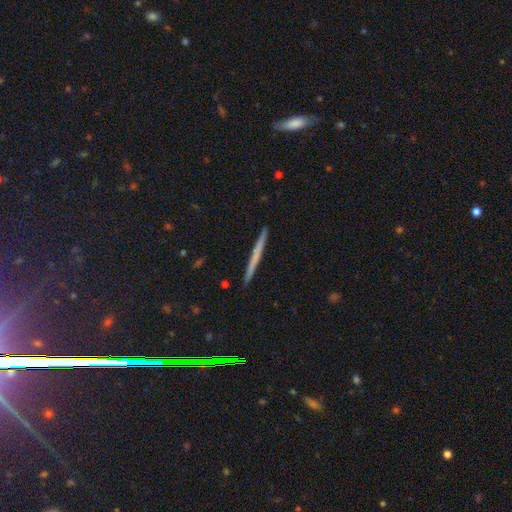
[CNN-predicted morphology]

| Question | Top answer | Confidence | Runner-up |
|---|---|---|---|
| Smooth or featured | smooth | 51% | featured or disk (43%) |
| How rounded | cigar-shaped | 97% | in between (2%) |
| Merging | none | 93% | minor disturbance (5%) |